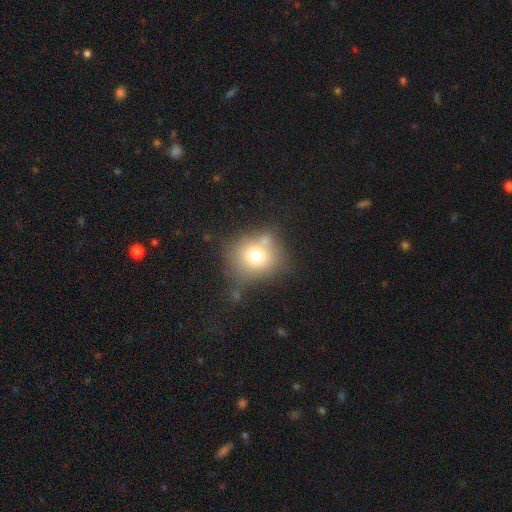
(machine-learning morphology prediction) This appears to be a smooth galaxy with no disk features (72%) that is round (78%). Merging: none (57%).